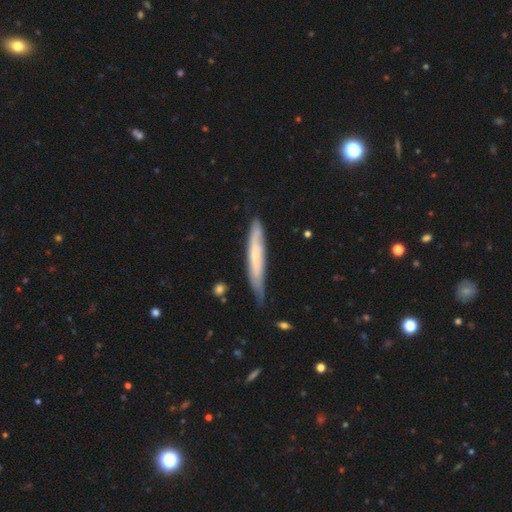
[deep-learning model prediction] Morphology: type=smooth (48%); merging=none (67%).